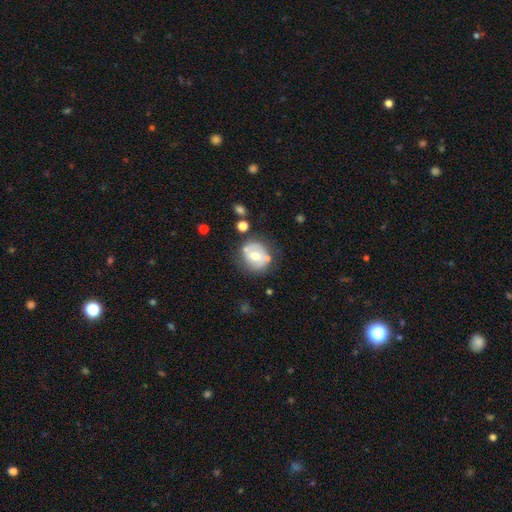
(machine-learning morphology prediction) Smooth or featured: featured or disk — 48% (smooth — 45%)
Merging: none — 63% (minor disturbance — 21%)